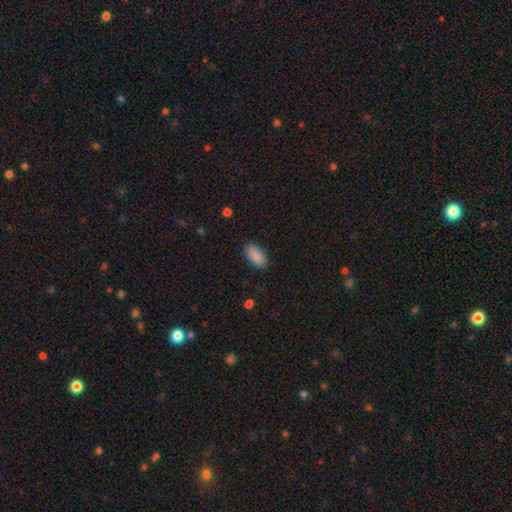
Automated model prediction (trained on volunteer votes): This is clearly a smooth galaxy (89%). How rounded: clearly in between (92%). Merging: clearly none (86%).